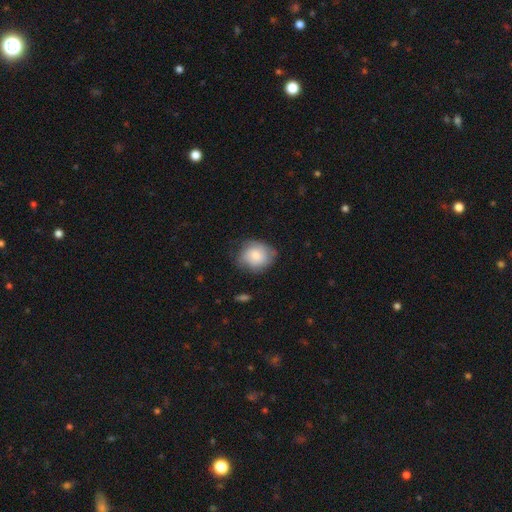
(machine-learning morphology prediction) Smooth or featured?
  - smooth: 74% *
  - featured or disk: 19%
  - star or artifact: 7%
How rounded?
  - round: 63% *
  - in between: 36%
  - cigar-shaped: 1%
Merging?
  - none: 61% *
  - minor disturbance: 30%
  - major disturbance: 8%
  - merger: 2%